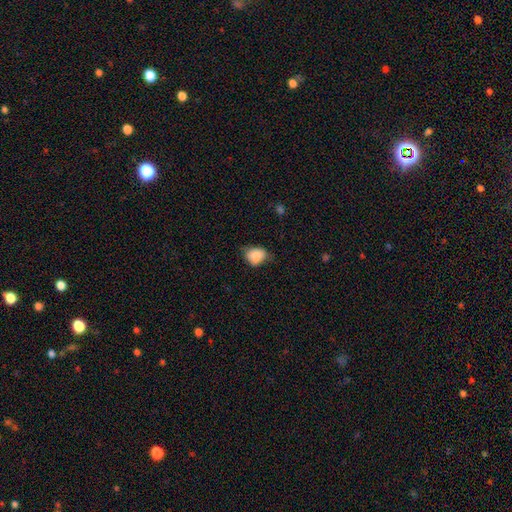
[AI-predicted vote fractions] Q: Smooth or featured?
A: smooth (83%); runner-up: featured or disk (8%)
Q: How rounded?
A: in between (56%); runner-up: round (43%)
Q: Merging?
A: none (52%); runner-up: minor disturbance (37%)